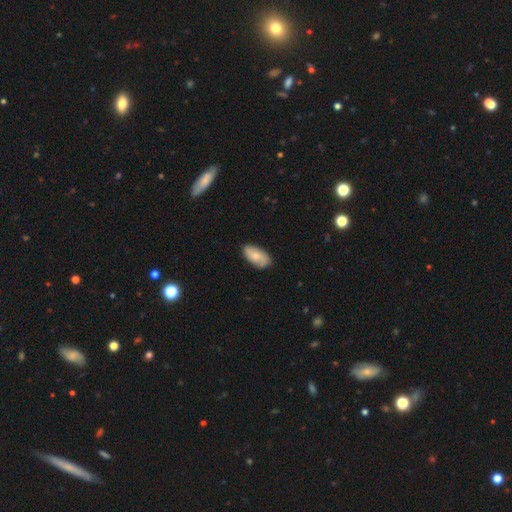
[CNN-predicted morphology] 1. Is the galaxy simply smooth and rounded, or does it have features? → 60% smooth, 34% featured or disk, 6% star or artifact.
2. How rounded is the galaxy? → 93% in between, 4% cigar-shaped, 3% round.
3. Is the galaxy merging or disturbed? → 78% none, 18% minor disturbance, 3% major disturbance, 1% merger.